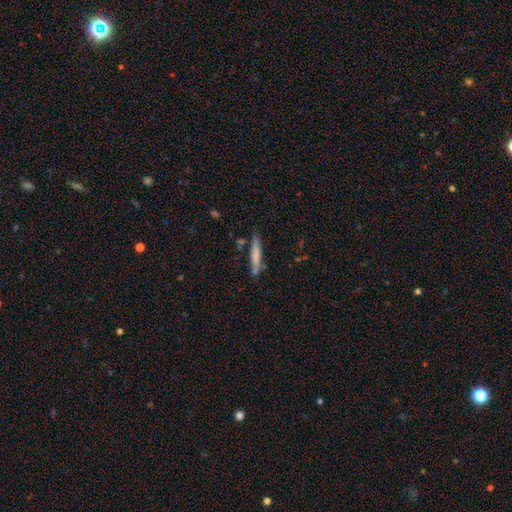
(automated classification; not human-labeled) The model was most divided on "smooth or featured": smooth: 67%, featured or disk: 27%, star or artifact: 6%. More confident: how rounded — cigar-shaped (93%); merging — none (80%).